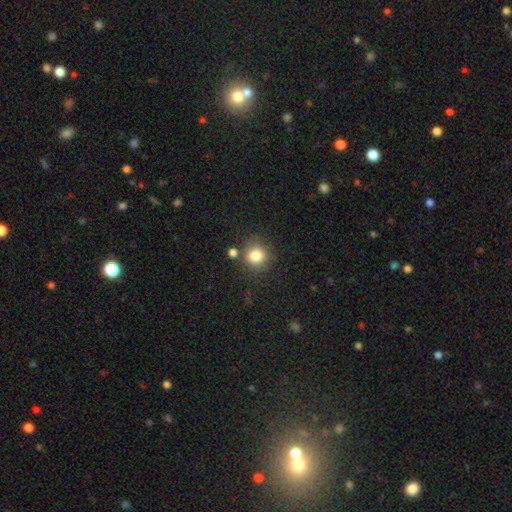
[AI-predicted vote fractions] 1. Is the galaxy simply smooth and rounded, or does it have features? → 83% smooth, 11% star or artifact, 6% featured or disk.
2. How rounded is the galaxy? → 89% round, 10% in between, 1% cigar-shaped.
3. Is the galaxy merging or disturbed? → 78% none, 10% minor disturbance, 8% merger, 4% major disturbance.